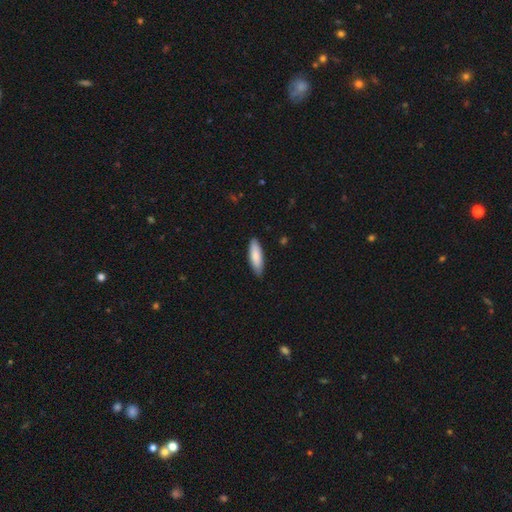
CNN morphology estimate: This is clearly a smooth galaxy (85%). How rounded: possibly in between (50%). Merging: clearly none (86%).